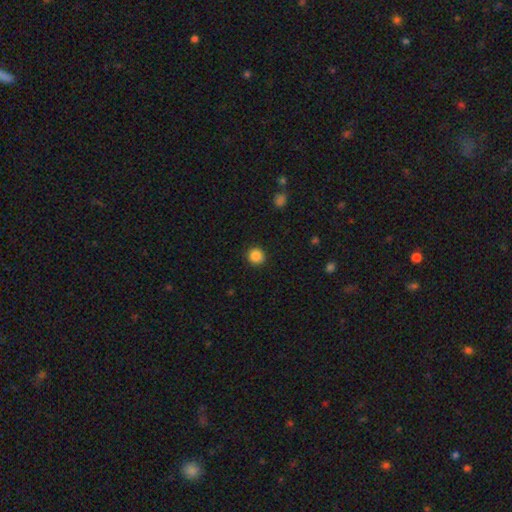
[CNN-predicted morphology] This appears to be a smooth galaxy with no disk features (87%) that is round (91%). Merging: none (91%).